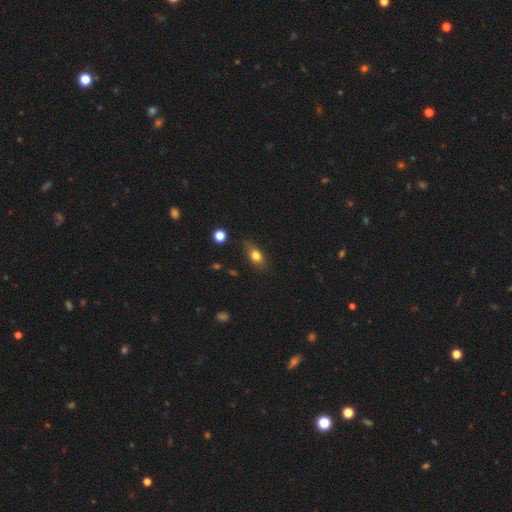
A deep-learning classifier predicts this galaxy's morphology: type=smooth (77%); roundness=in between (76%); merging=none (73%).